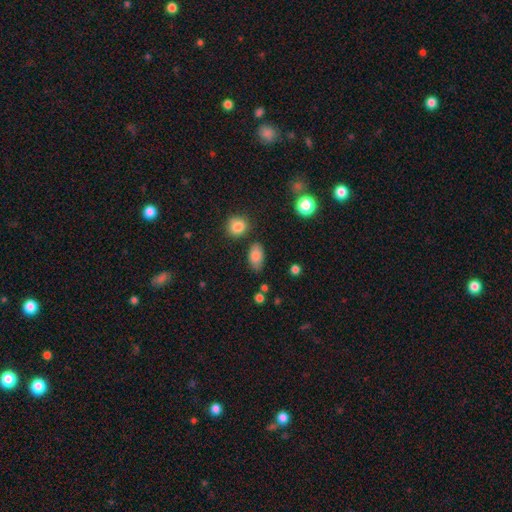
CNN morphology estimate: Q: Smooth or featured?
A: smooth (84%); runner-up: star or artifact (9%)
Q: How rounded?
A: in between (90%); runner-up: round (8%)
Q: Merging?
A: none (75%); runner-up: minor disturbance (17%)